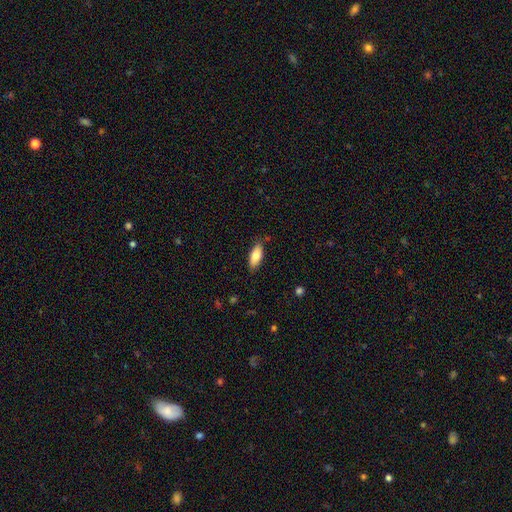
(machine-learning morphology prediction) Q: Smooth or featured?
A: smooth (79%); runner-up: featured or disk (15%)
Q: How rounded?
A: in between (81%); runner-up: cigar-shaped (17%)
Q: Merging?
A: none (83%); runner-up: minor disturbance (14%)